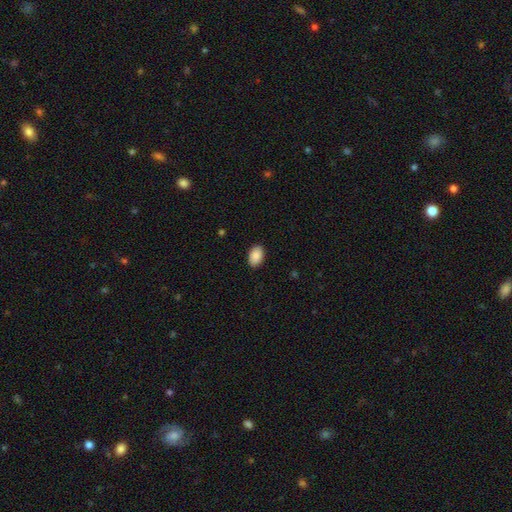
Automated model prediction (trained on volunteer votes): The model was most divided on "merging": none: 89%, minor disturbance: 8%, major disturbance: 2%, merger: 1%. More confident: how rounded — in between (91%); smooth or featured — smooth (90%).